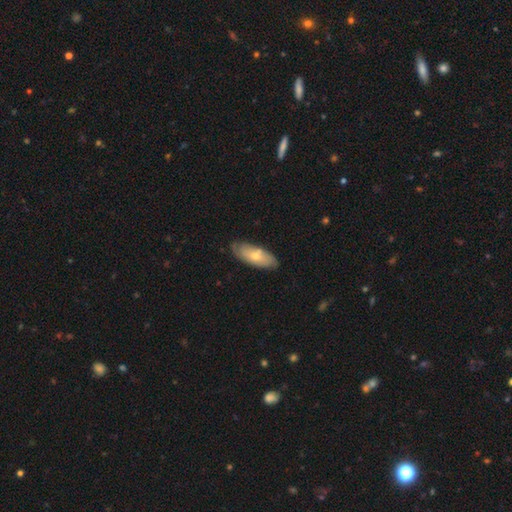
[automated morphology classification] The model was most divided on "smooth or featured": smooth: 58%, featured or disk: 37%, star or artifact: 5%. More confident: how rounded — in between (80%); merging — none (73%).